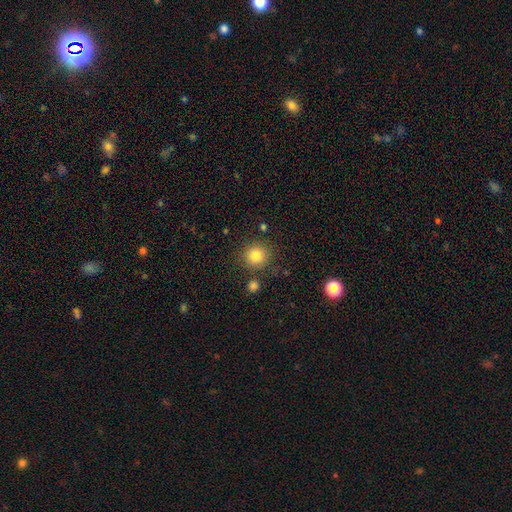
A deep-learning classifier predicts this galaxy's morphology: smooth 84%, star or artifact 11%, featured or disk 5%. Down the decision tree: how rounded — round (92%); merging — none (83%).